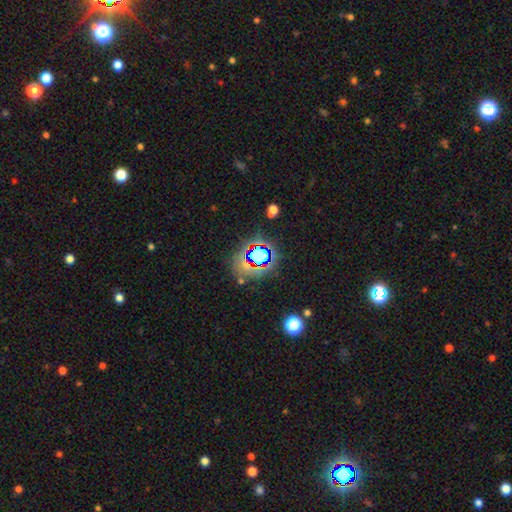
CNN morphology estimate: This appears to be a star or artifact, not a galaxy (57%).